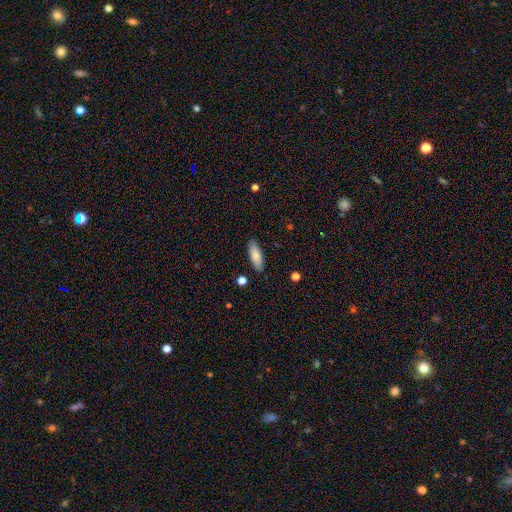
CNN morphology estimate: Q: Smooth or featured?
A: smooth (82%); runner-up: featured or disk (12%)
Q: How rounded?
A: in between (64%); runner-up: cigar-shaped (34%)
Q: Merging?
A: none (87%); runner-up: minor disturbance (9%)